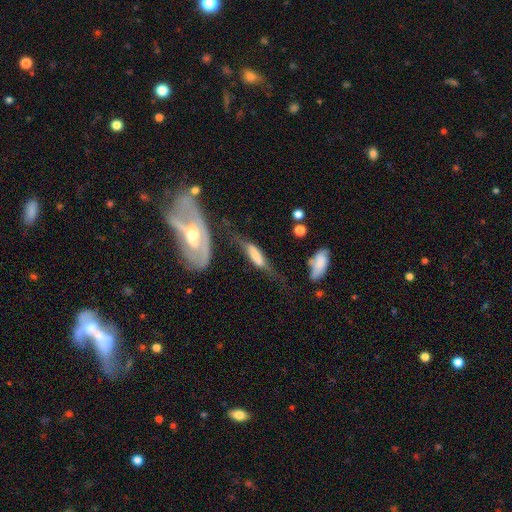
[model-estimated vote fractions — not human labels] Q: Smooth or featured?
A: featured or disk (47%); runner-up: smooth (45%)
Q: Merging?
A: major disturbance (31%); runner-up: none (29%)